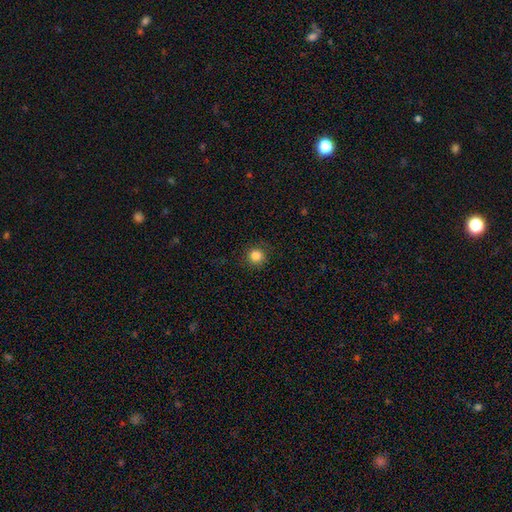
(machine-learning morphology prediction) The model was most divided on "smooth or featured": smooth: 84%, star or artifact: 11%, featured or disk: 4%. More confident: how rounded — round (94%); merging — none (88%).